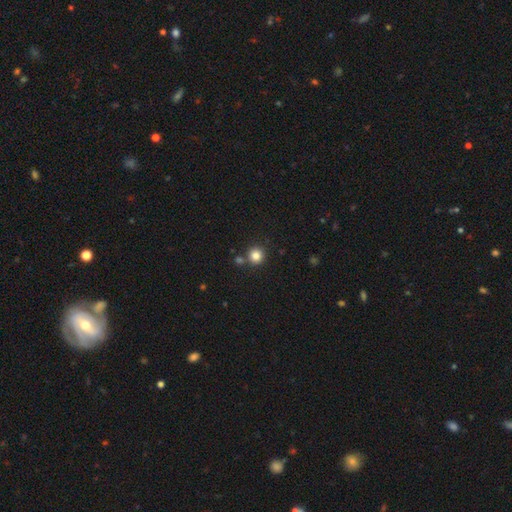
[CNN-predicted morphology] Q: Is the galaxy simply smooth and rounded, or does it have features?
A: smooth — 83%.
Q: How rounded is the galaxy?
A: round — 93%.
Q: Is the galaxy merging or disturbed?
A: none — 78%.